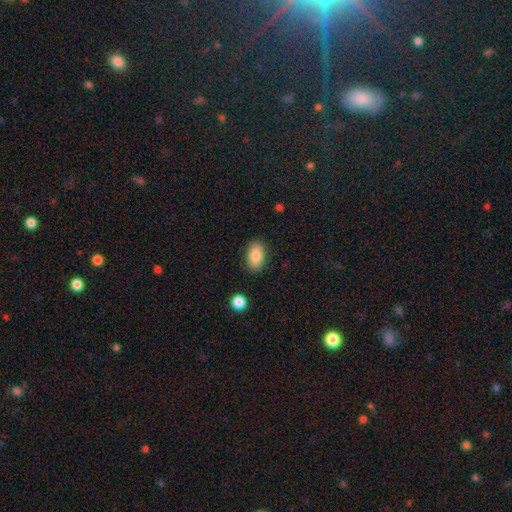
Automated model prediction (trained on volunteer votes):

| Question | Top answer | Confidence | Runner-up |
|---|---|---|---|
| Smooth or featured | smooth | 84% | featured or disk (8%) |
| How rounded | in between | 90% | round (8%) |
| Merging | none | 85% | minor disturbance (10%) |